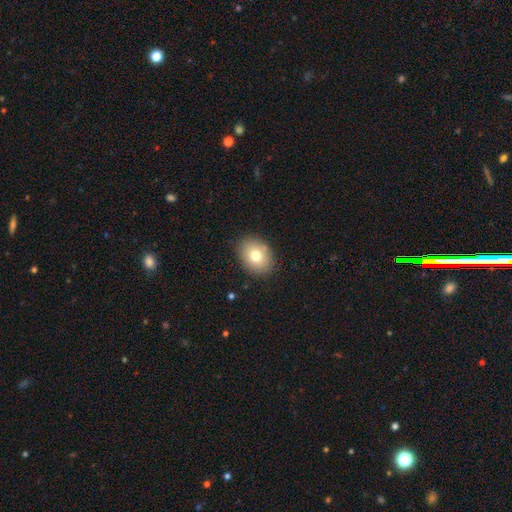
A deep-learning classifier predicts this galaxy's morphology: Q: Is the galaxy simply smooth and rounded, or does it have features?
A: smooth — 75%.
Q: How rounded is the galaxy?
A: in between — 62%.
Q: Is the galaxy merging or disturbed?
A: none — 85%.